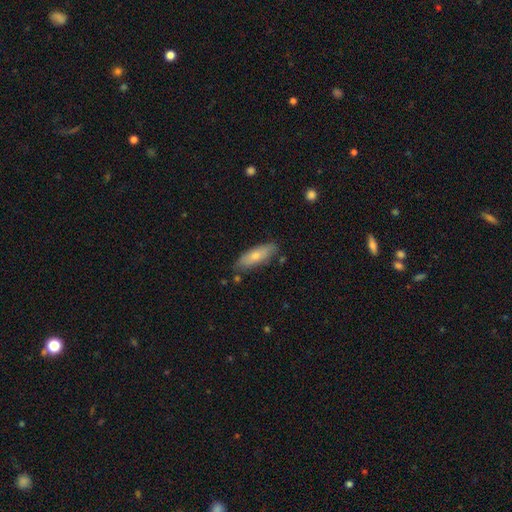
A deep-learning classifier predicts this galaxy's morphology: A smooth galaxy with no disk features (69%) that is in between round and cigar-shaped (57%). Merging: none (76%).